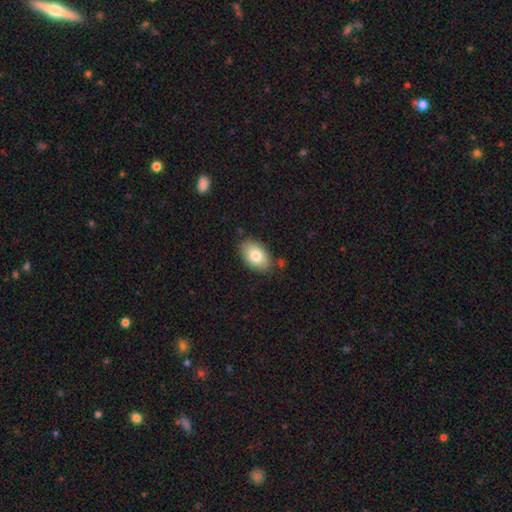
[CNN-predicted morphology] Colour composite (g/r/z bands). It shows a smooth galaxy with no disk features (79%) that is in between round and cigar-shaped (91%). Merging: none (80%).